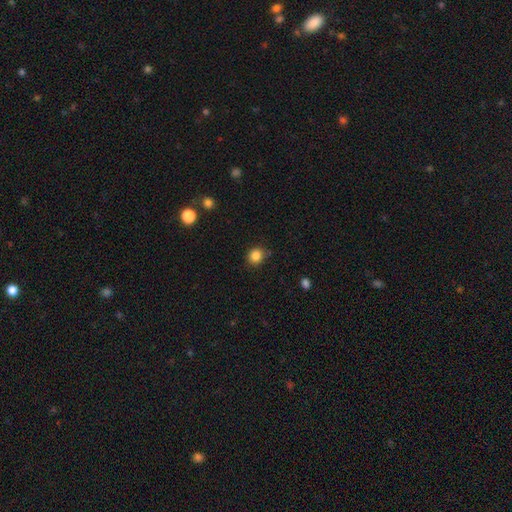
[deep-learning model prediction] smooth 85%, star or artifact 11%, featured or disk 4%. Down the decision tree: how rounded — round (85%); merging — none (82%).